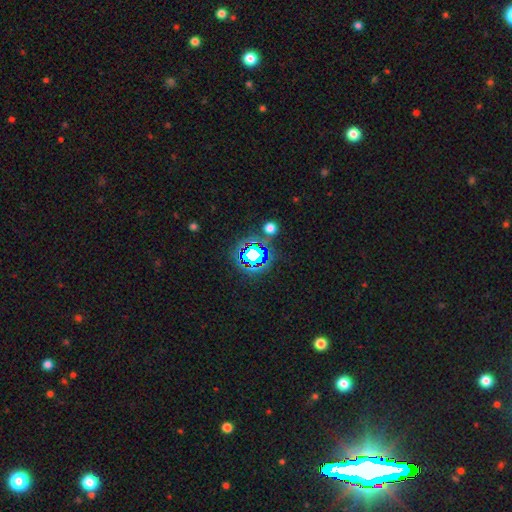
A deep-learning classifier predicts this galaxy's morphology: A star or artifact, not a galaxy (67%).